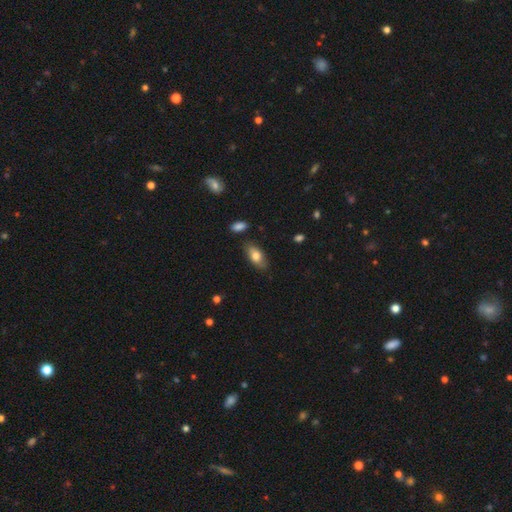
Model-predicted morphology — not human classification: Smooth or featured? smooth (75%)
How rounded? in between (87%)
Merging? none (80%)